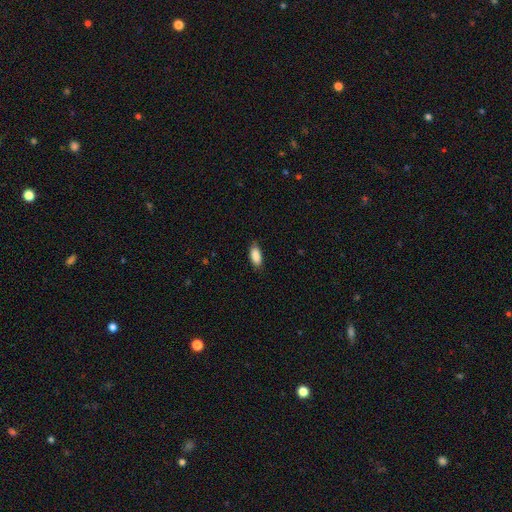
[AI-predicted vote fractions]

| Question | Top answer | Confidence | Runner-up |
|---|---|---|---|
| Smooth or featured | smooth | 89% | star or artifact (6%) |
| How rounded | in between | 87% | cigar-shaped (11%) |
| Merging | none | 80% | minor disturbance (16%) |